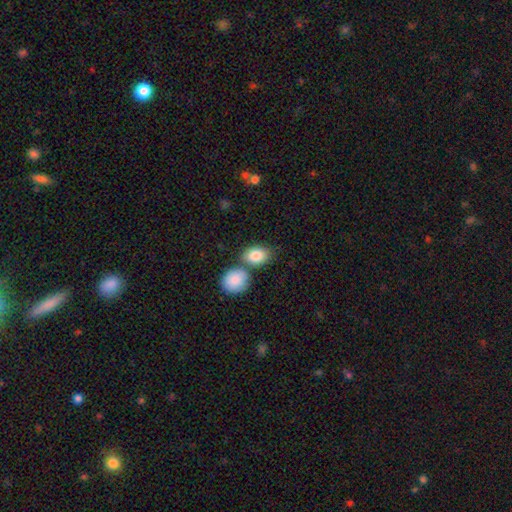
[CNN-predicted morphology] This is clearly a smooth galaxy (86%). How rounded: likely in between (78%). Merging: possibly none (54%).